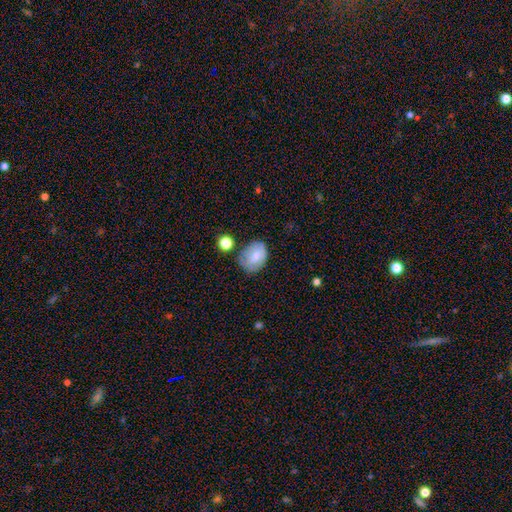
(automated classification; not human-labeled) A smooth galaxy with no disk features (72%) that is in between round and cigar-shaped (70%).

Vote fractions:
- Smooth or featured? smooth: 72% / featured or disk: 20% / star or artifact: 8%
- How rounded? in between: 70% / round: 29% / cigar-shaped: 1%
- Merging? none: 62% / minor disturbance: 26% / major disturbance: 7% / merger: 5%